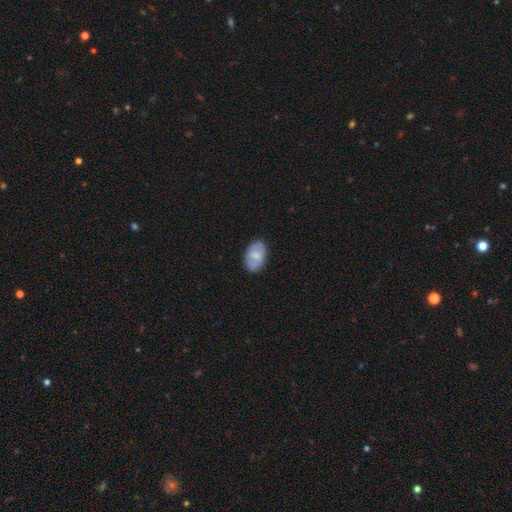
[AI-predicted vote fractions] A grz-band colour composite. It shows a smooth galaxy with no disk features (61%) that is in between round and cigar-shaped (91%). Merging: none (80%).